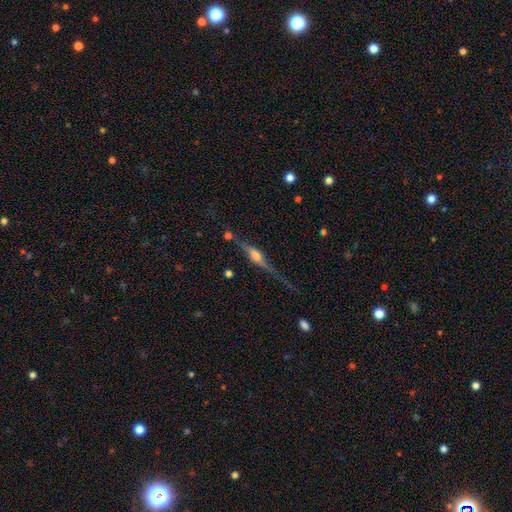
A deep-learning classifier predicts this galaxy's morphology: Smooth or featured? Predicted: featured or disk (p=0.78). Edge-on disk? Predicted: yes (p=0.94). Edge-on bulge? Predicted: rounded (p=0.86). Merging? Predicted: none (p=0.63).